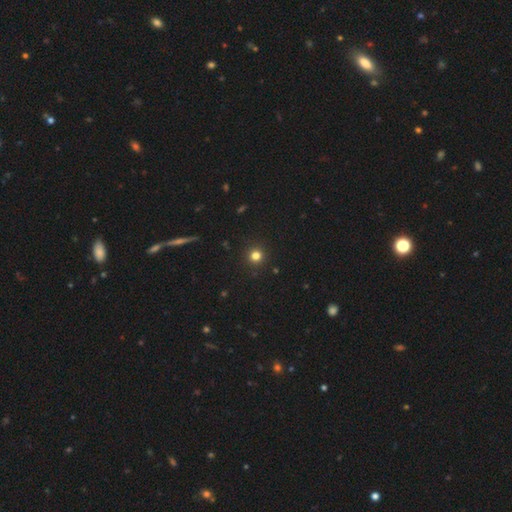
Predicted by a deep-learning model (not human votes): smooth-or-featured: smooth: 79% | star or artifact: 15% | featured or disk: 5%
  how-rounded: round: 95% | in between: 4% | cigar-shaped: 1%
  merging: none: 92% | minor disturbance: 5% | major disturbance: 2% | merger: 1%